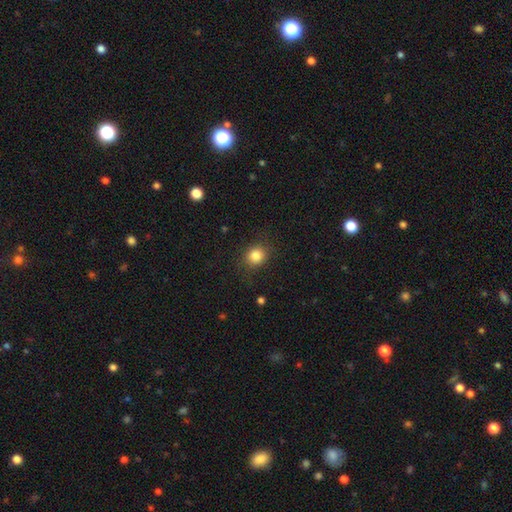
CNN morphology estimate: Overall: smooth (84%). How rounded: round (79%). Merging: none (84%).